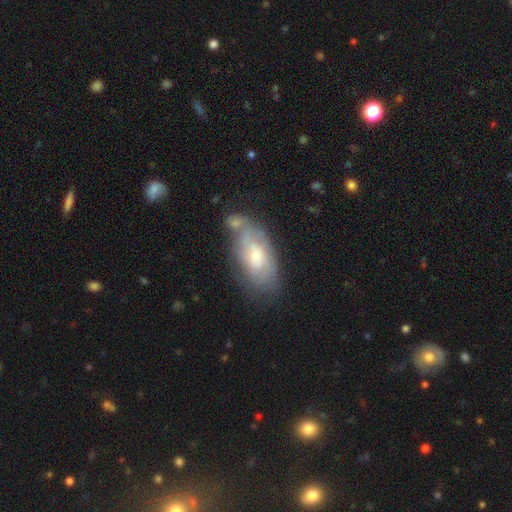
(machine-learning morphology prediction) A featured or disk galaxy (52%). Merging: none (51%).